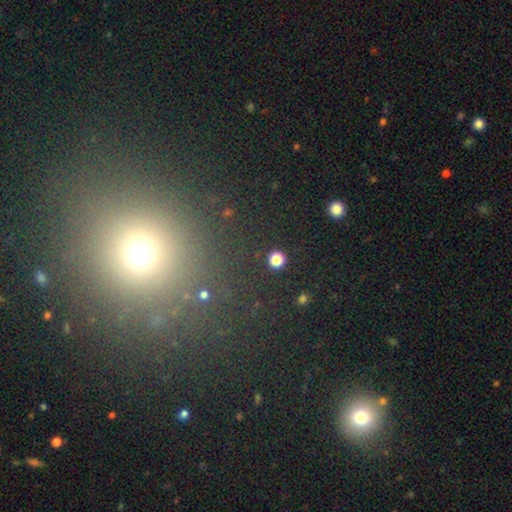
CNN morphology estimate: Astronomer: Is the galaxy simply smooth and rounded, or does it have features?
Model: smooth — 48% (runner-up: star or artifact, 43%).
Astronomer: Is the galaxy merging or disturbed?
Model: none — 85%.